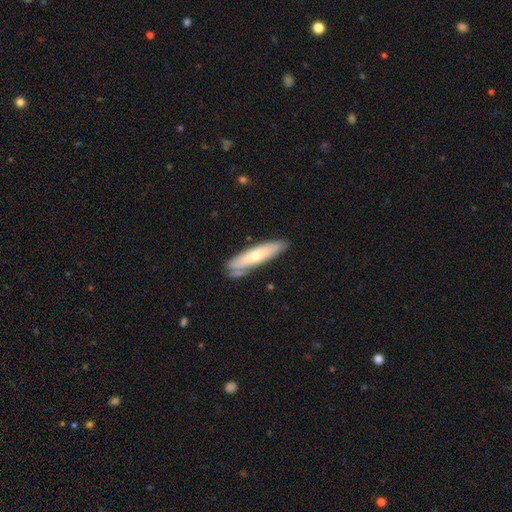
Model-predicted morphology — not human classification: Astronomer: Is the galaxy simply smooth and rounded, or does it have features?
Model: smooth — 51% (runner-up: featured or disk, 43%).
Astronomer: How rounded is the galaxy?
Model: cigar-shaped — 77%.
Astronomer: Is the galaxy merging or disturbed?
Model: none — 74%.